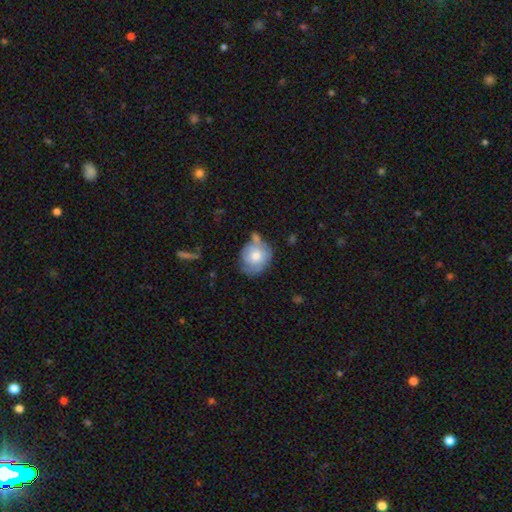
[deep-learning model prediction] Smooth or featured?
  - smooth: 60% *
  - featured or disk: 33%
  - star or artifact: 7%
How rounded?
  - round: 70% *
  - in between: 29%
  - cigar-shaped: 1%
Merging?
  - none: 48% *
  - minor disturbance: 28%
  - merger: 13%
  - major disturbance: 11%